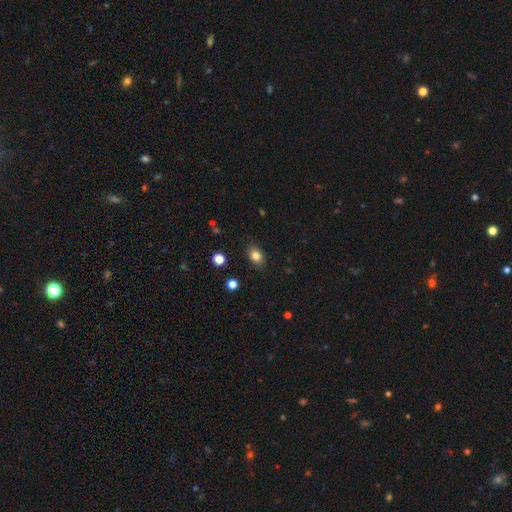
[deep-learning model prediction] Overall: smooth (82%). How rounded: in between (70%). Merging: none (86%).